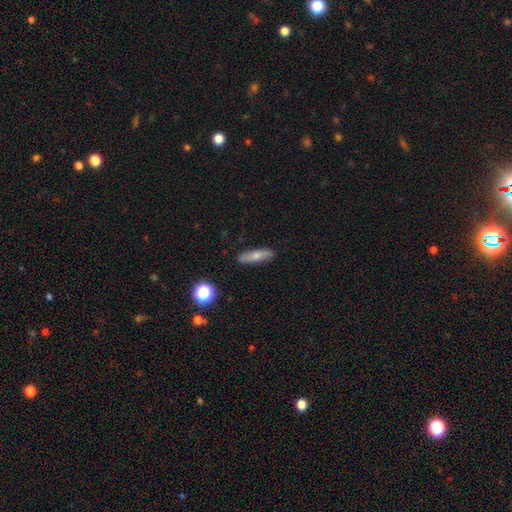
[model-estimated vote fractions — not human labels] Q: Smooth or featured?
A: smooth (66%); runner-up: featured or disk (26%)
Q: How rounded?
A: cigar-shaped (74%); runner-up: in between (23%)
Q: Merging?
A: none (87%); runner-up: minor disturbance (9%)